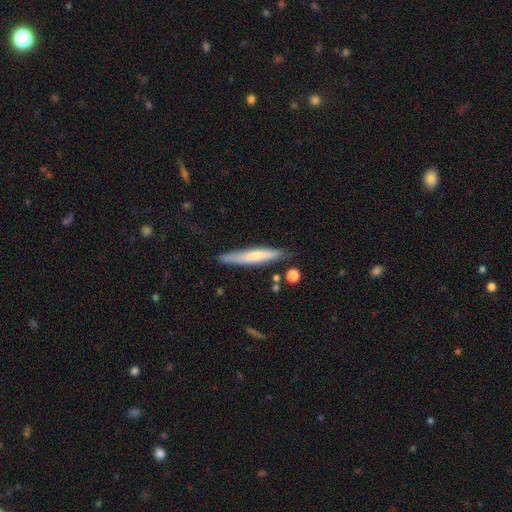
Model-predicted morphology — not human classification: A smooth galaxy with no disk features (60%) that is cigar-shaped (91%). Merging: none (80%).